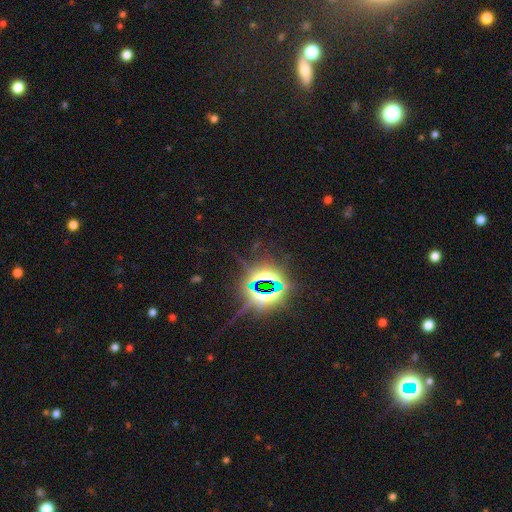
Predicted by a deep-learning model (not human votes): A star or artifact, not a galaxy (78%).

Vote fractions:
- Smooth or featured? star or artifact: 78% / smooth: 12% / featured or disk: 10%